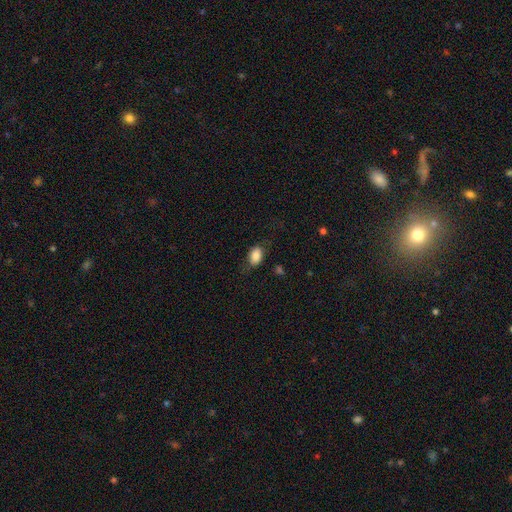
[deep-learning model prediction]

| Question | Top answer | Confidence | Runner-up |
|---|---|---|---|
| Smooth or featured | smooth | 86% | star or artifact (8%) |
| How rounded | in between | 86% | round (12%) |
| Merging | none | 70% | minor disturbance (20%) |